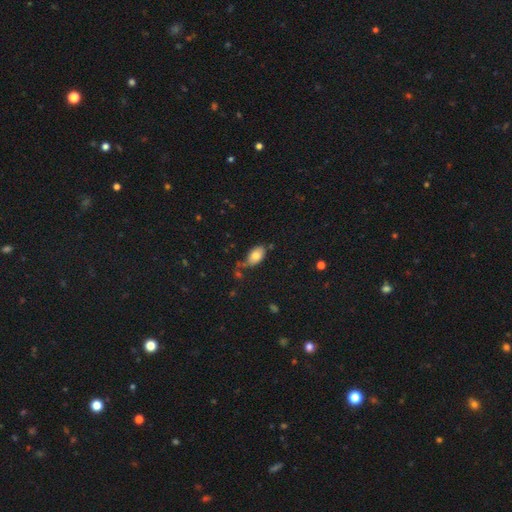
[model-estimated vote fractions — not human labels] A smooth galaxy with no disk features (77%) that is in between round and cigar-shaped (91%). Merging: none (61%).